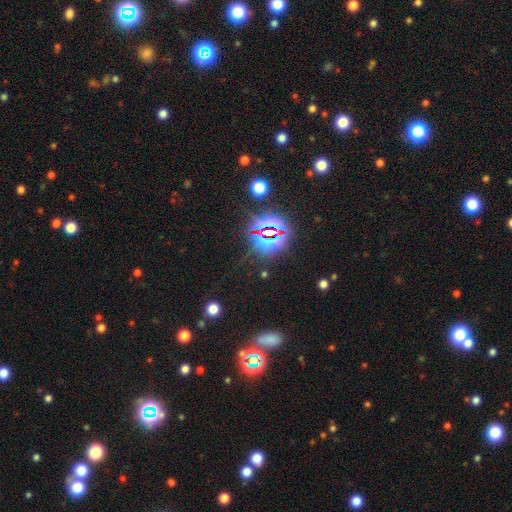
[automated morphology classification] star or artifact 76%, smooth 16%, featured or disk 8%.